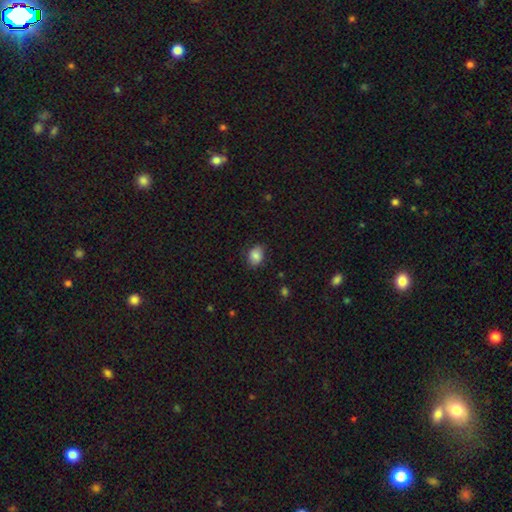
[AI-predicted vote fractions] A smooth galaxy with no disk features (83%) that is in between round and cigar-shaped (66%). Merging: none (77%).